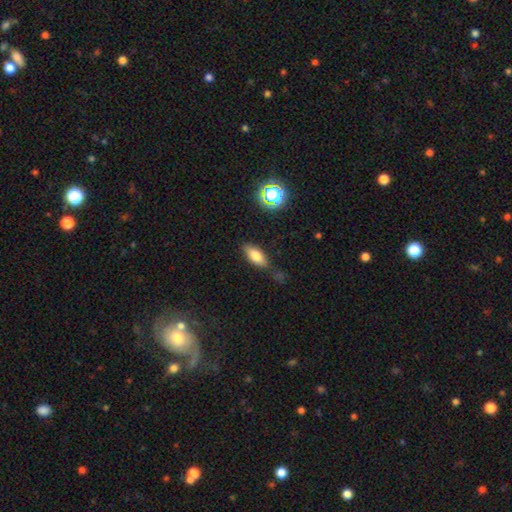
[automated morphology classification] smooth_or_featured: smooth (p=0.75) [alt: featured or disk p=0.15]
how_rounded: in between (p=0.78) [alt: cigar-shaped p=0.18]
merging: none (p=0.71) [alt: minor disturbance p=0.19]